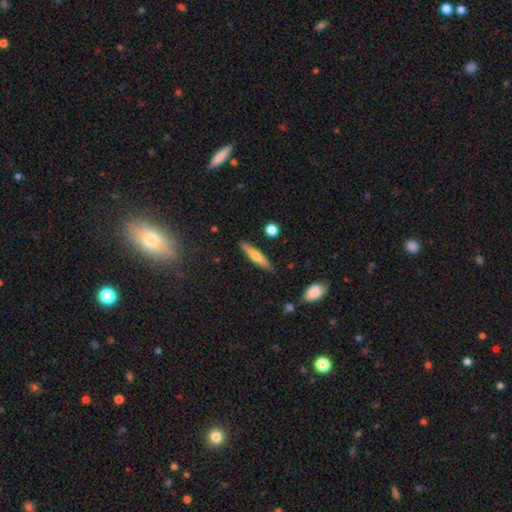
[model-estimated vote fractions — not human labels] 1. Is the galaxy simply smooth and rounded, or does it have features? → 59% smooth, 34% featured or disk, 7% star or artifact.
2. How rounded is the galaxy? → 83% cigar-shaped, 15% in between, 2% round.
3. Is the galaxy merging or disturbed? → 86% none, 10% minor disturbance, 2% merger, 2% major disturbance.